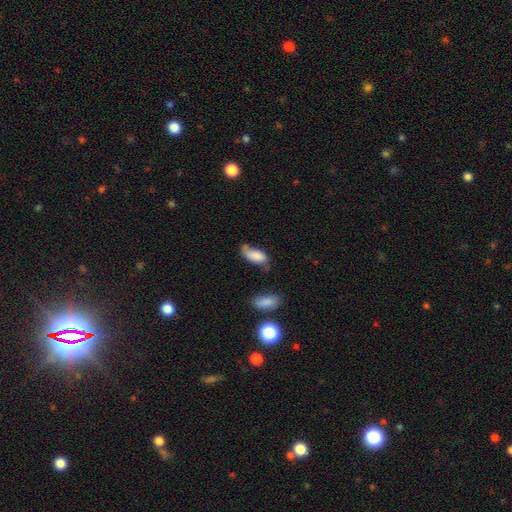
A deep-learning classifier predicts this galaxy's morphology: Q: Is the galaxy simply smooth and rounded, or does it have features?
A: smooth — 80%.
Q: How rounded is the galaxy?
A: in between — 89%.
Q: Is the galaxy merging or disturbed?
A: none — 42%.